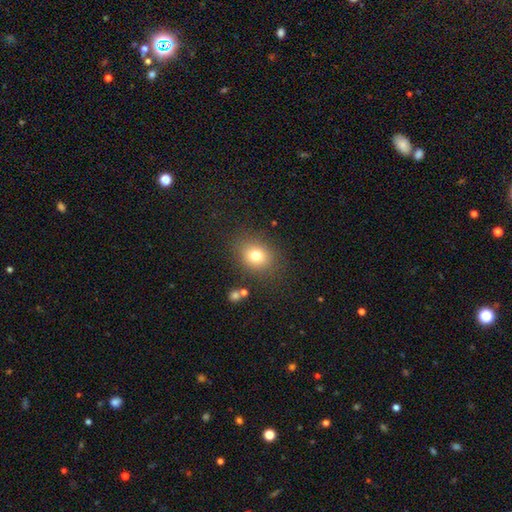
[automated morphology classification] A smooth galaxy with no disk features (76%) that is round (57%). Merging: none (82%).